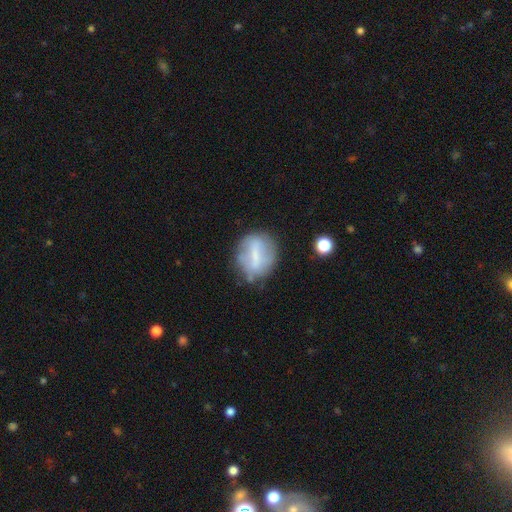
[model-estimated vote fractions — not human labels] smooth_or_featured: smooth (p=0.46) [alt: featured or disk p=0.44]
merging: none (p=0.66) [alt: minor disturbance p=0.21]